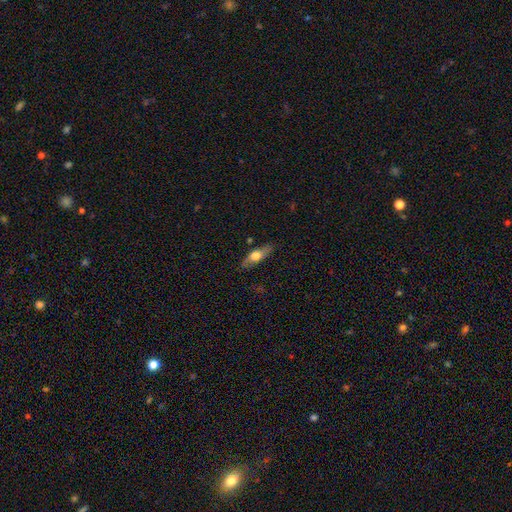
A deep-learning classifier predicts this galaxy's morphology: type=smooth (55%); roundness=in between (49%); merging=none (83%).